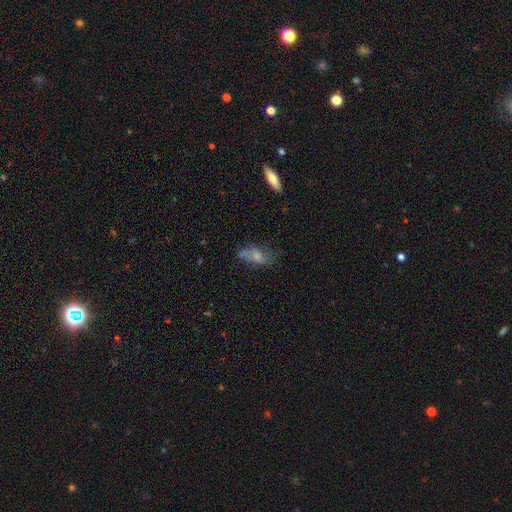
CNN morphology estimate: Smooth or featured?
  - smooth: 47% *
  - featured or disk: 43%
  - star or artifact: 10%
Merging?
  - none: 48% *
  - minor disturbance: 28%
  - major disturbance: 20%
  - merger: 4%